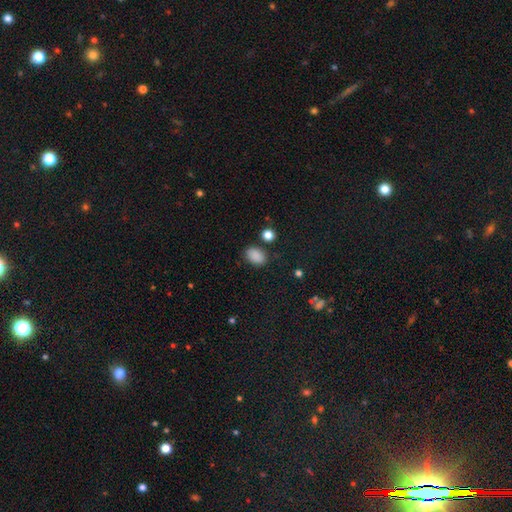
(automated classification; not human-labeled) smooth-or-featured: smooth: 87% | star or artifact: 9% | featured or disk: 3%
  how-rounded: in between: 81% | round: 18% | cigar-shaped: 1%
  merging: none: 81% | minor disturbance: 12% | merger: 4% | major disturbance: 3%